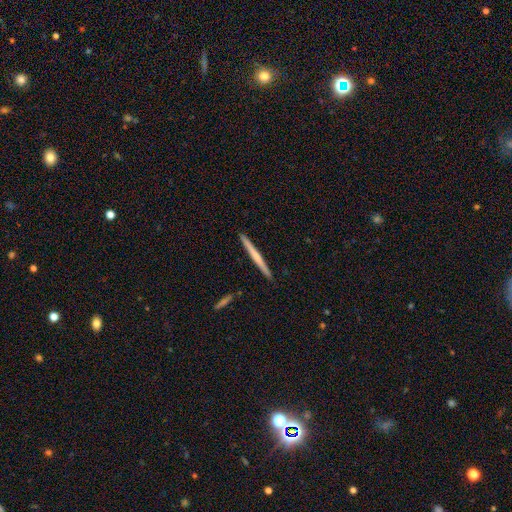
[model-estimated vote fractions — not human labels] A featured or disk galaxy (50%). Merging: none (92%).